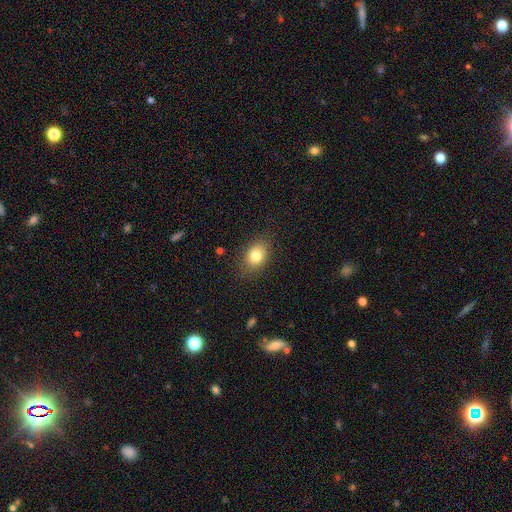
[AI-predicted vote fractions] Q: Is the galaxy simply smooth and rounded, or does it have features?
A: smooth — 81%.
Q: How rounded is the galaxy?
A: in between — 72%.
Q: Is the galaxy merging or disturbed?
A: none — 83%.